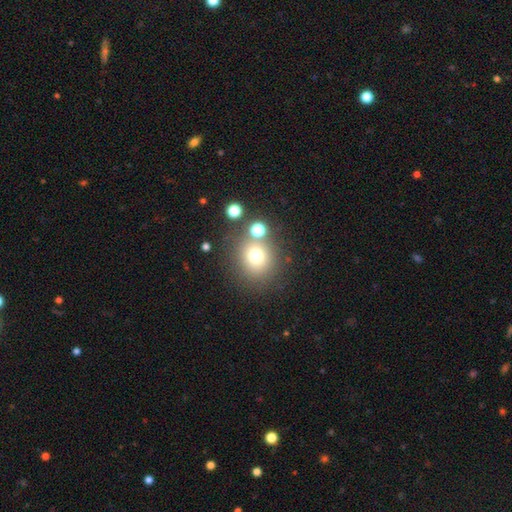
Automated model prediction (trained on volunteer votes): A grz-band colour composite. It shows a smooth galaxy with no disk features (72%) that is round (86%). Merging: none (72%).